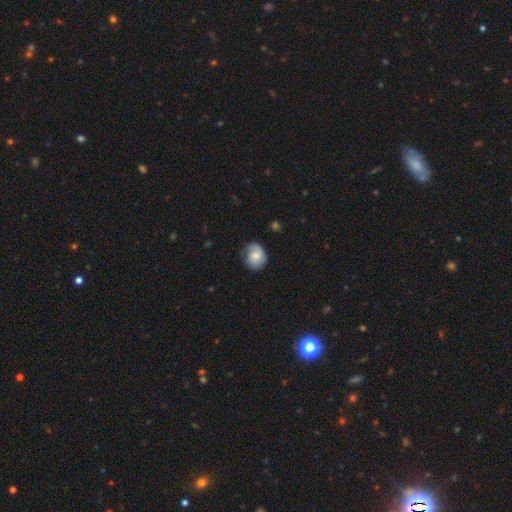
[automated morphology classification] This is possibly a smooth galaxy (58%). How rounded: likely round (69%). Merging: likely none (67%).